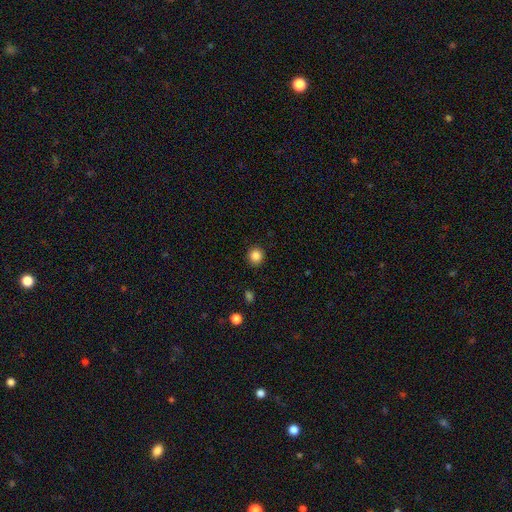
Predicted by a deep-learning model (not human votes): The model was most divided on "smooth or featured": smooth: 86%, star or artifact: 10%, featured or disk: 4%. More confident: merging — none (90%); how rounded — round (88%).